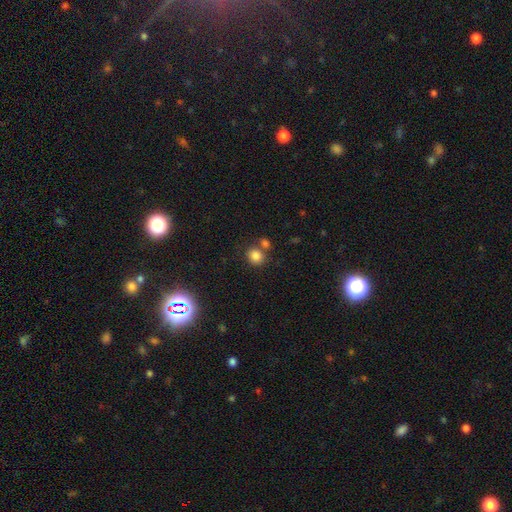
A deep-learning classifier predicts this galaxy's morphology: A smooth galaxy with no disk features (82%) that is round (80%).

Vote fractions:
- Smooth or featured? smooth: 82% / star or artifact: 12% / featured or disk: 6%
- How rounded? round: 80% / in between: 19% / cigar-shaped: 1%
- Merging? none: 64% / merger: 24% / minor disturbance: 9% / major disturbance: 3%